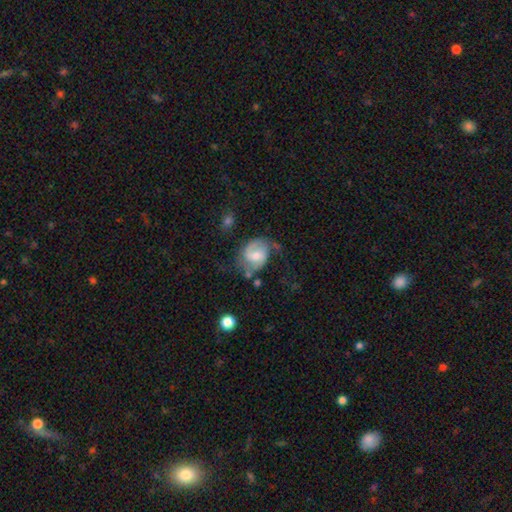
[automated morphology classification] A featured or disk galaxy (69%) with a weak bar (52%), 2 (80%) medium (49%) spiral arms (89%) and a moderate central bulge (56%). Merging: none (53%).